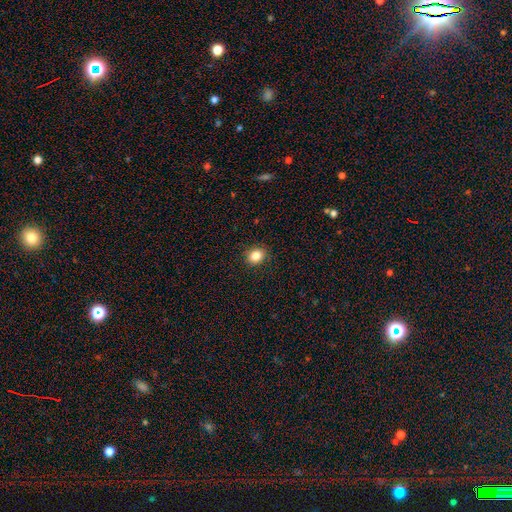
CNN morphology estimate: This is clearly a smooth galaxy (85%). How rounded: possibly round (60%). Merging: clearly none (90%).